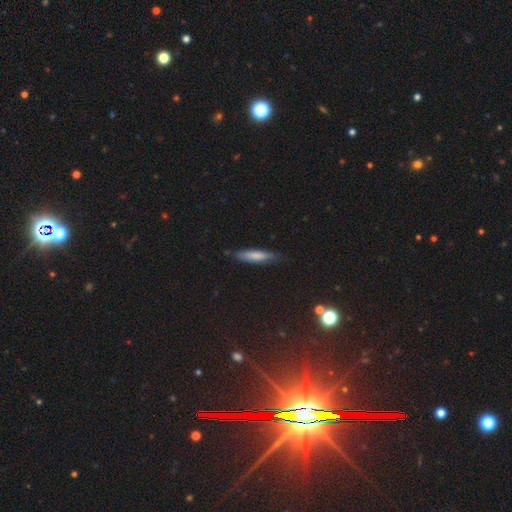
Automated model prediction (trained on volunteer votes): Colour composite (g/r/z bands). It shows a smooth galaxy with no disk features (73%) that is cigar-shaped (79%). Merging: none (78%).